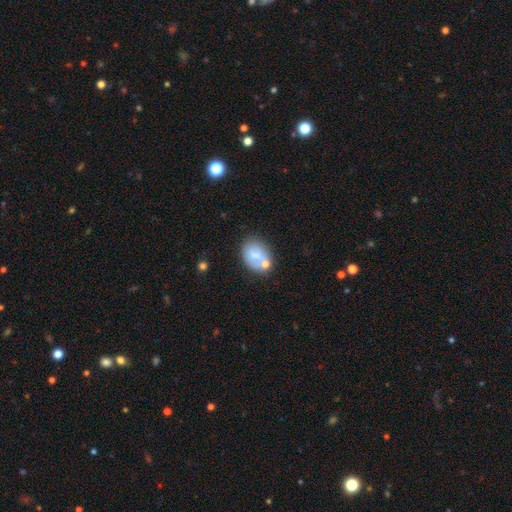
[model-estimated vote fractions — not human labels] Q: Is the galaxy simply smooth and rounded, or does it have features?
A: smooth — 61%.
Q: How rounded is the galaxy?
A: in between — 72%.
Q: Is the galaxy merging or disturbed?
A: none — 53%.